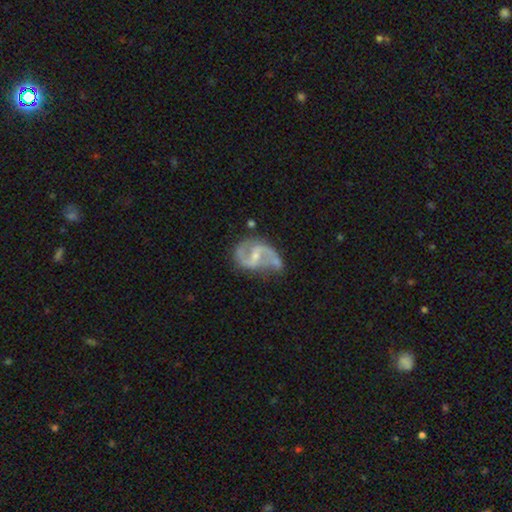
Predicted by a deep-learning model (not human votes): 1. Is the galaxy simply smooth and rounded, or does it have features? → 89% featured or disk, 6% smooth, 5% star or artifact.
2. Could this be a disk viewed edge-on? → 98% no, 2% yes.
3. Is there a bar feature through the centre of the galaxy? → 51% weak, 25% strong, 24% no.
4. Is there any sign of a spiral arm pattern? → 96% yes, 4% no.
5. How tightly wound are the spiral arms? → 52% medium, 37% loose, 11% tight.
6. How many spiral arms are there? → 91% 2, 3% 1, 3% can't tell, 1% 3, 1% 4, 1% more than 4.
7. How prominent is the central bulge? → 59% small, 34% moderate, 5% none, 1% large, 1% dominant.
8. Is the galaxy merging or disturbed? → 52% none, 25% minor disturbance, 14% major disturbance, 10% merger.